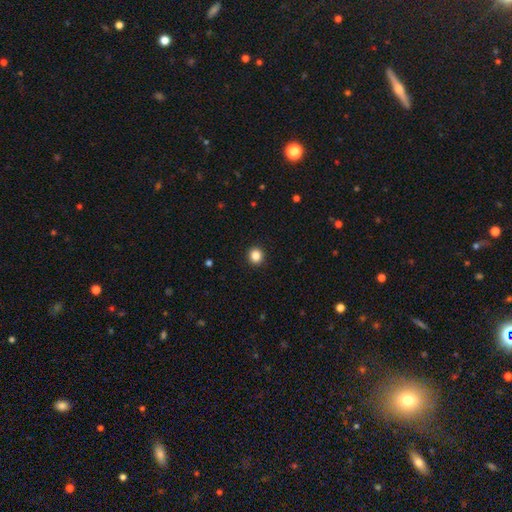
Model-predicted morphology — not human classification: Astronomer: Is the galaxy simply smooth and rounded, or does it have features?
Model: smooth — 86%.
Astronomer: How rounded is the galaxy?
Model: round — 89%.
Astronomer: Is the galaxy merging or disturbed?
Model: none — 93%.